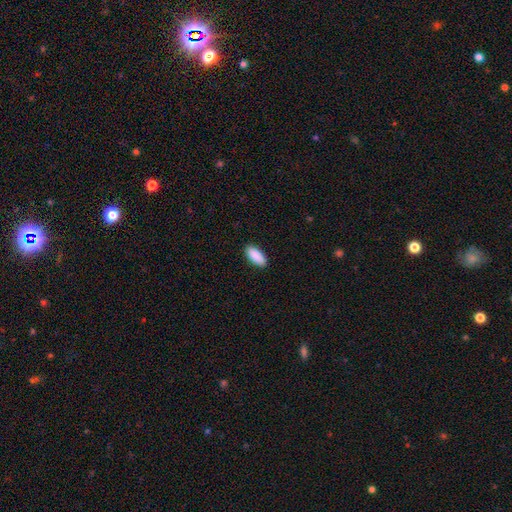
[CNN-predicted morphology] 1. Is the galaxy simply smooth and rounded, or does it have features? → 91% smooth, 6% star or artifact, 3% featured or disk.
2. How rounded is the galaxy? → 88% in between, 10% cigar-shaped, 2% round.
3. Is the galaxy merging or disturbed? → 90% none, 7% minor disturbance, 2% major disturbance, 1% merger.